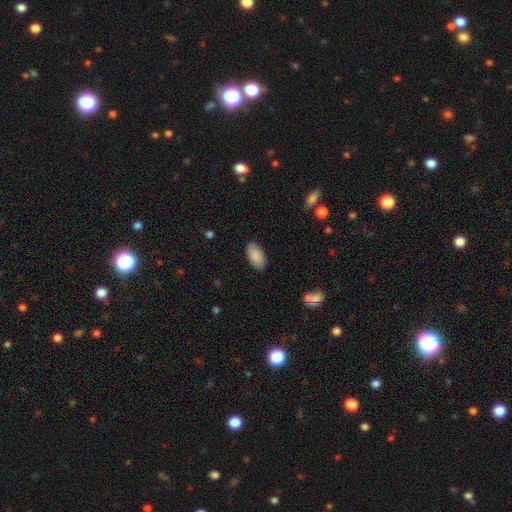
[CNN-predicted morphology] This is clearly a smooth galaxy (89%). How rounded: clearly in between (94%). Merging: clearly none (87%).